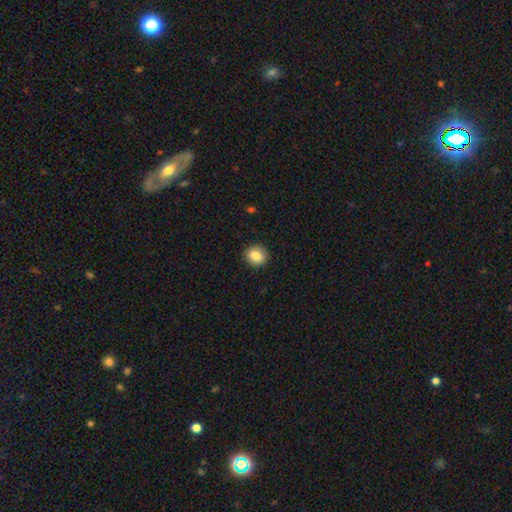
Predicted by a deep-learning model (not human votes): Smooth or featured: smooth — 84% (star or artifact — 9%)
How rounded: round — 83% (in between — 16%)
Merging: none — 91% (minor disturbance — 6%)